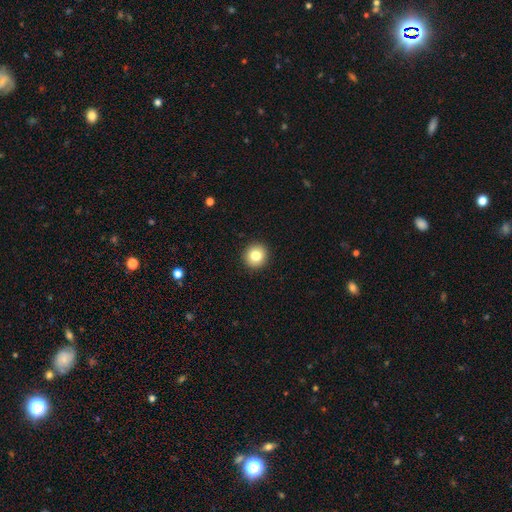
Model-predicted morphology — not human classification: A smooth galaxy with no disk features (81%) that is round (94%).

Vote fractions:
- Smooth or featured? smooth: 81% / star or artifact: 10% / featured or disk: 9%
- How rounded? round: 94% / in between: 5% / cigar-shaped: 1%
- Merging? none: 93% / minor disturbance: 4% / major disturbance: 2% / merger: 1%